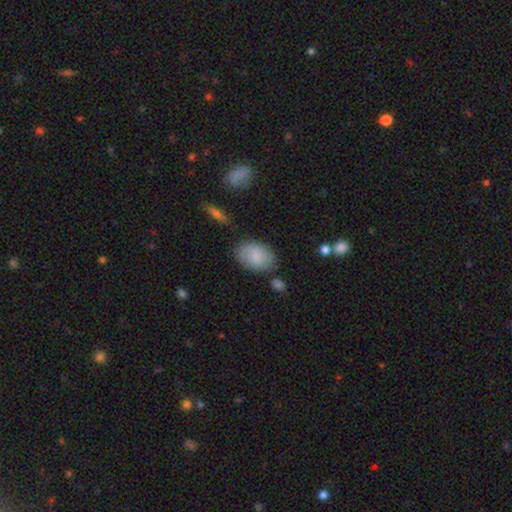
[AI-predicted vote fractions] This is clearly a smooth galaxy (83%). How rounded: clearly in between (88%). Merging: likely none (77%).